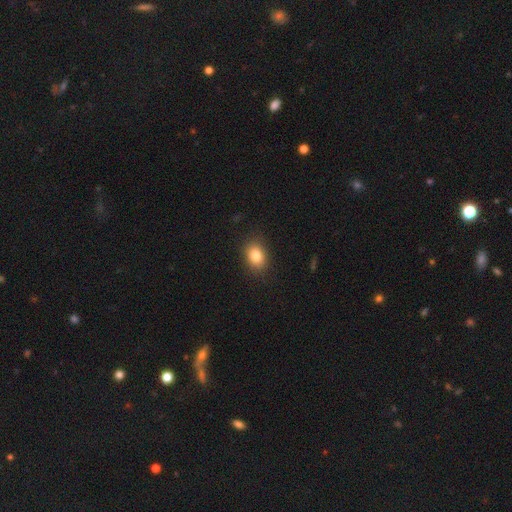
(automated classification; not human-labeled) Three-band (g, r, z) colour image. It shows a smooth galaxy with no disk features (83%) that is in between round and cigar-shaped (68%). Merging: none (87%).